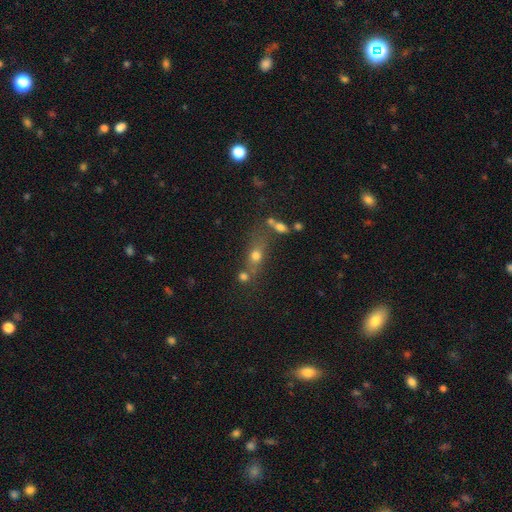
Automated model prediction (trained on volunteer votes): Q: Smooth or featured?
A: smooth (60%); runner-up: featured or disk (21%)
Q: How rounded?
A: in between (44%); runner-up: round (39%)
Q: Merging?
A: none (47%); runner-up: merger (32%)